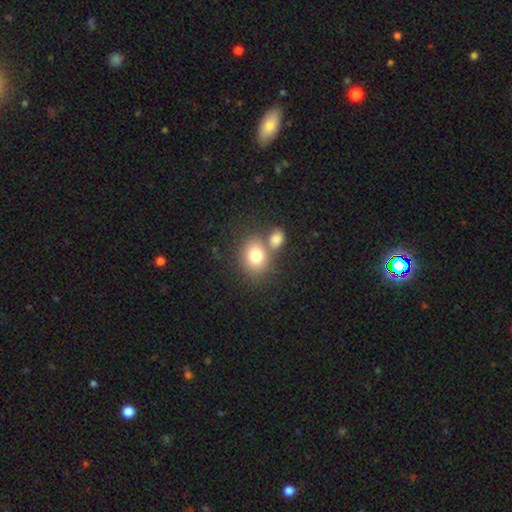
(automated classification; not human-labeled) A smooth galaxy with no disk features (77%) that is round (53%).

Vote fractions:
- Smooth or featured? smooth: 77% / featured or disk: 12% / star or artifact: 10%
- How rounded? round: 53% / in between: 46% / cigar-shaped: 1%
- Merging? none: 50% / merger: 36% / minor disturbance: 10% / major disturbance: 4%